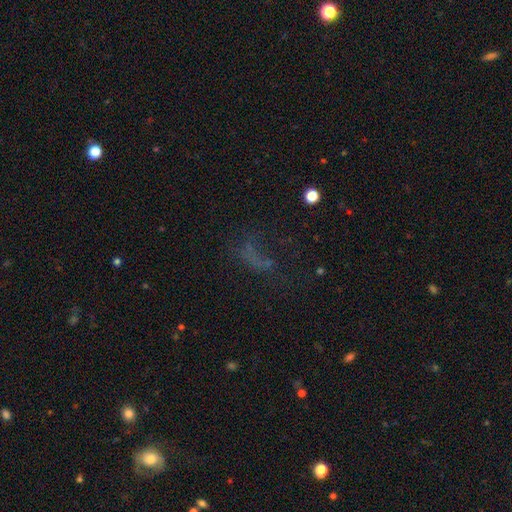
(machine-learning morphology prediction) type=star or artifact (40%).